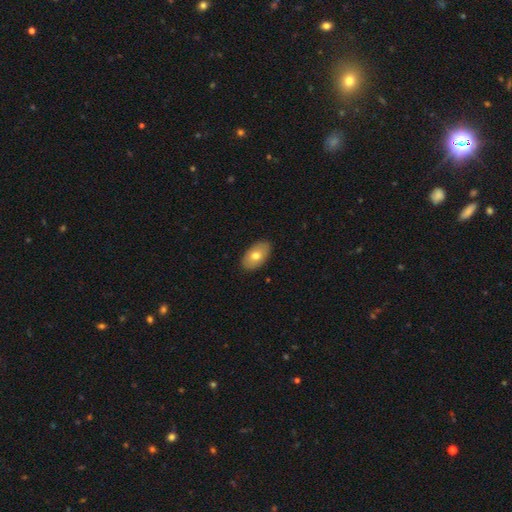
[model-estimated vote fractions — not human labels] A smooth galaxy with no disk features (73%) that is in between round and cigar-shaped (93%).

Vote fractions:
- Smooth or featured? smooth: 73% / featured or disk: 20% / star or artifact: 6%
- How rounded? in between: 93% / round: 5% / cigar-shaped: 1%
- Merging? none: 89% / minor disturbance: 9% / major disturbance: 2% / merger: 1%